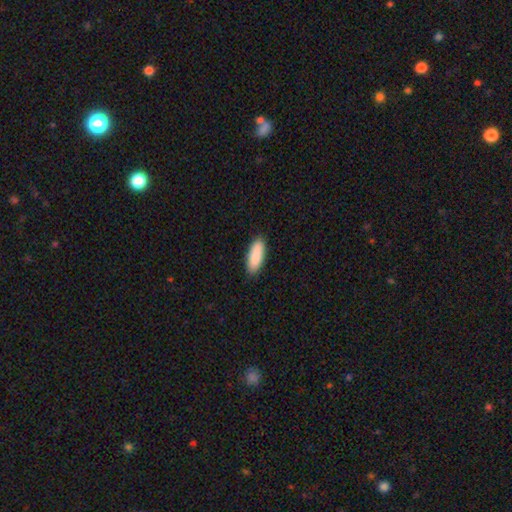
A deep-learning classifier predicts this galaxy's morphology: Smooth or featured: smooth — 90% (star or artifact — 5%)
How rounded: in between — 70% (cigar-shaped — 29%)
Merging: none — 88% (minor disturbance — 9%)